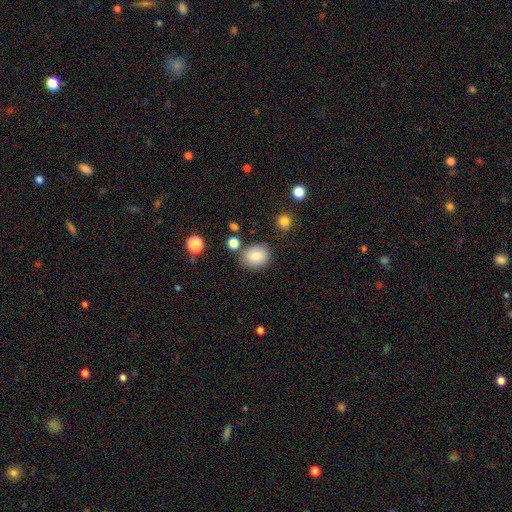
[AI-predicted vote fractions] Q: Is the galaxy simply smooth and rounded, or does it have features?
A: smooth — 82%.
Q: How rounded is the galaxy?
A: round — 60%.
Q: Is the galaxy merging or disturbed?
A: none — 79%.